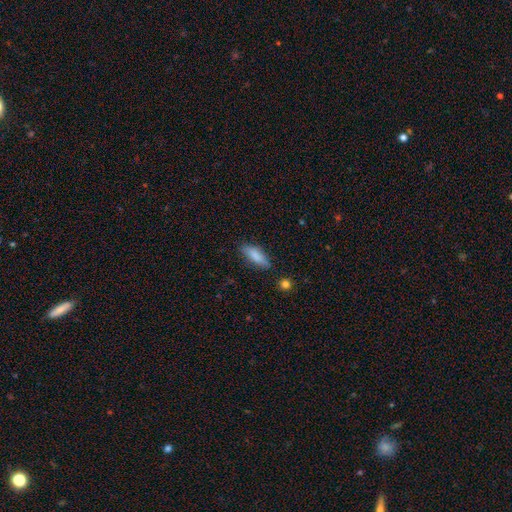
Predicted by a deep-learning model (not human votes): Overall: smooth (80%). How rounded: in between (55%; cigar-shaped 43%). Merging: none (76%).